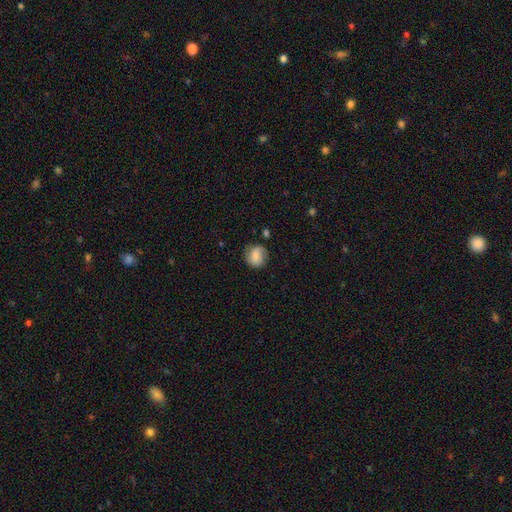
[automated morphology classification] smooth 74%, featured or disk 18%, star or artifact 8%. Down the decision tree: how rounded — round (82%); merging — none (73%).